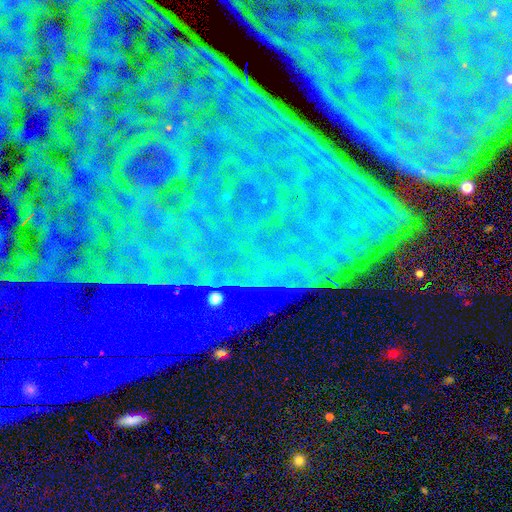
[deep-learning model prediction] Morphology: type=star or artifact (85%).